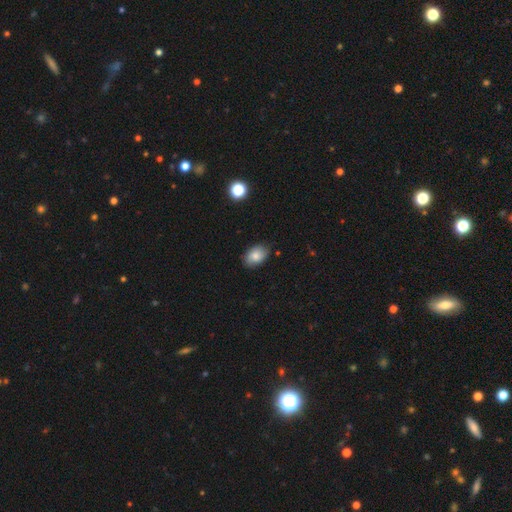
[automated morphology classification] smooth 82%, featured or disk 10%, star or artifact 8%. Down the decision tree: how rounded — in between (85%); merging — none (82%).